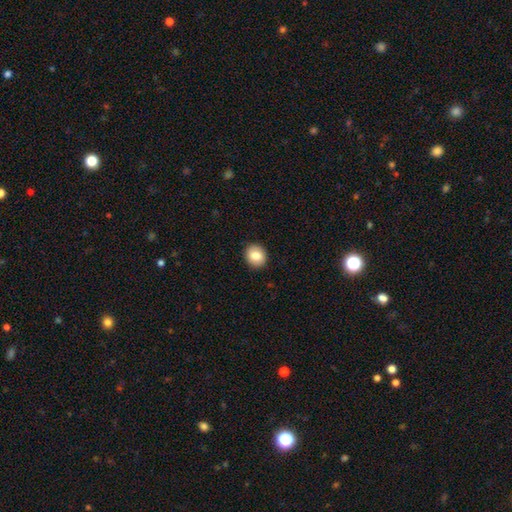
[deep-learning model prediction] Smooth or featured? smooth (84%)
How rounded? round (74%)
Merging? none (91%)